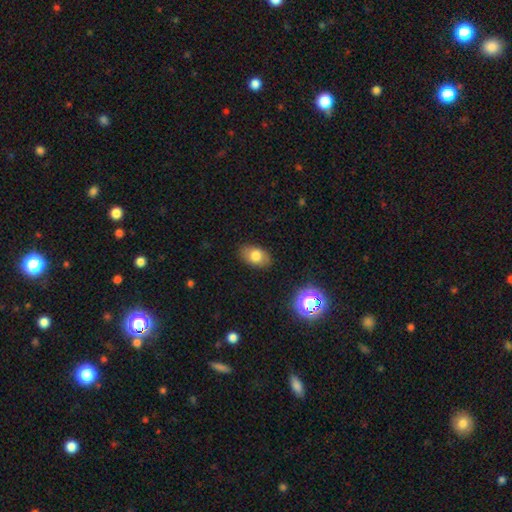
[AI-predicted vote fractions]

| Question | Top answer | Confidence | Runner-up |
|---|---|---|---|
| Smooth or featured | smooth | 77% | featured or disk (13%) |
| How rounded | in between | 87% | round (12%) |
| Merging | none | 84% | minor disturbance (12%) |